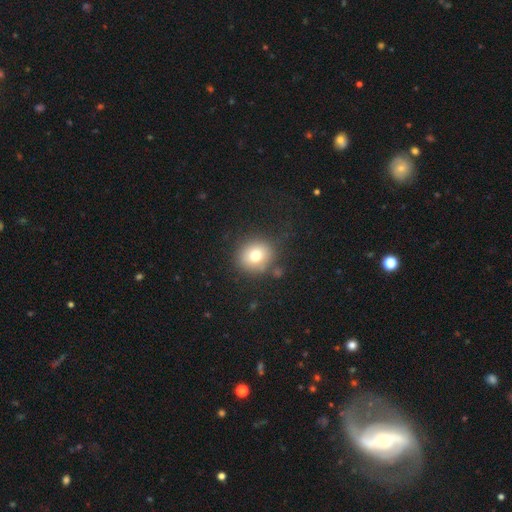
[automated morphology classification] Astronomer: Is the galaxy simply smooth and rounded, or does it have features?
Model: smooth — 74%.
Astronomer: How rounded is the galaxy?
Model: round — 84%.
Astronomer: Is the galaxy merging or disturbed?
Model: none — 81%.